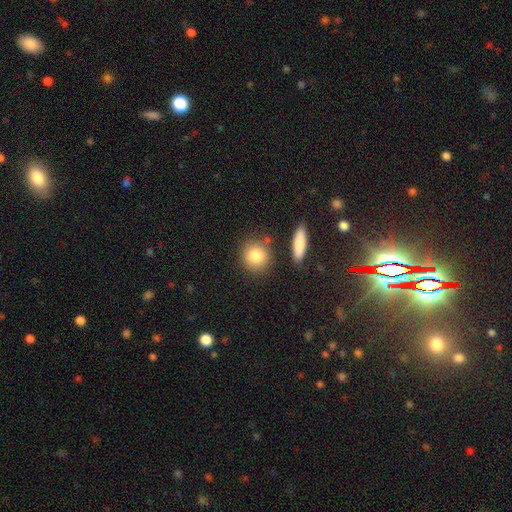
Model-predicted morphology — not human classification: This is clearly a smooth galaxy (84%). How rounded: clearly round (81%). Merging: likely none (78%).